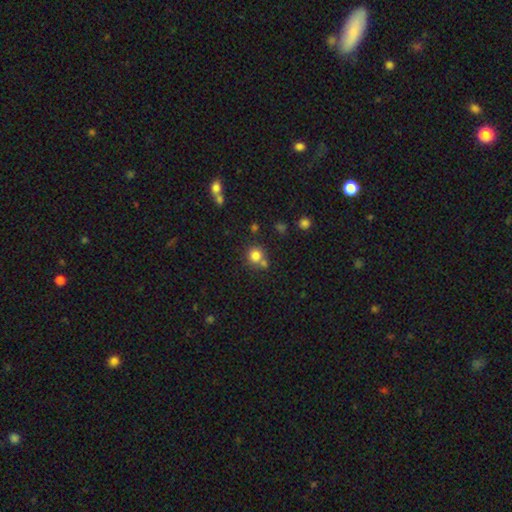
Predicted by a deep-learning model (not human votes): This appears to be a smooth galaxy with no disk features (81%) that is round (89%). Merging: none (62%).